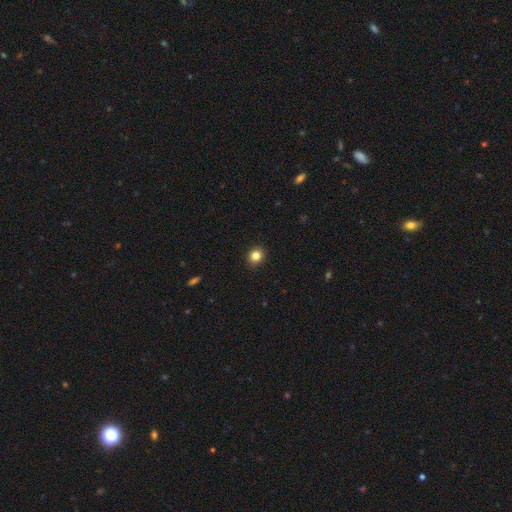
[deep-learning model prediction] Overall: smooth (84%). How rounded: round (76%). Merging: none (91%).